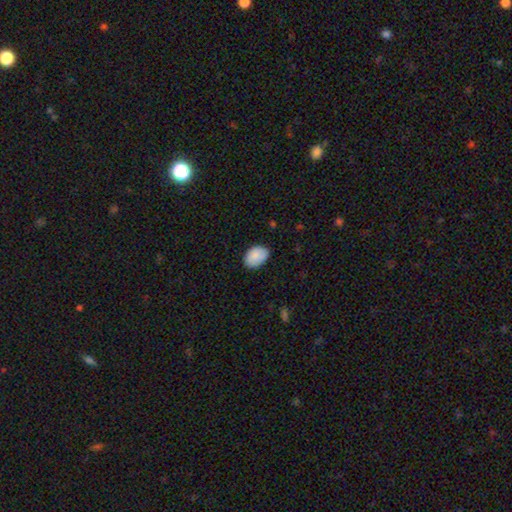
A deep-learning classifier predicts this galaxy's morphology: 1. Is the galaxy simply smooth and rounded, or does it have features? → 87% smooth, 7% featured or disk, 7% star or artifact.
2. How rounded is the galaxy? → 81% in between, 18% round, 1% cigar-shaped.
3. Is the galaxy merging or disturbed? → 80% none, 16% minor disturbance, 3% major disturbance, 1% merger.